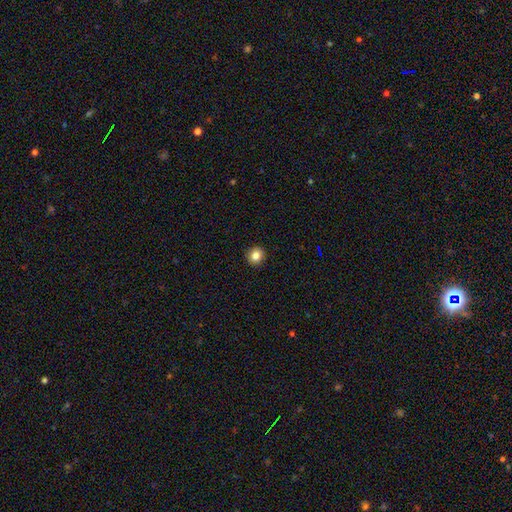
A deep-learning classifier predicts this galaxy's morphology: This appears to be a smooth galaxy with no disk features (84%) that is round (90%). Merging: none (93%).